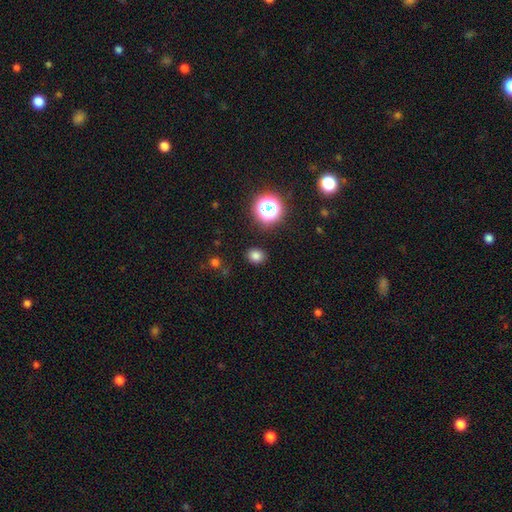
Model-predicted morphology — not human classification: smooth_or_featured: smooth (p=0.78) [alt: star or artifact p=0.16]
how_rounded: round (p=0.66) [alt: in between p=0.33]
merging: none (p=0.87) [alt: minor disturbance p=0.08]